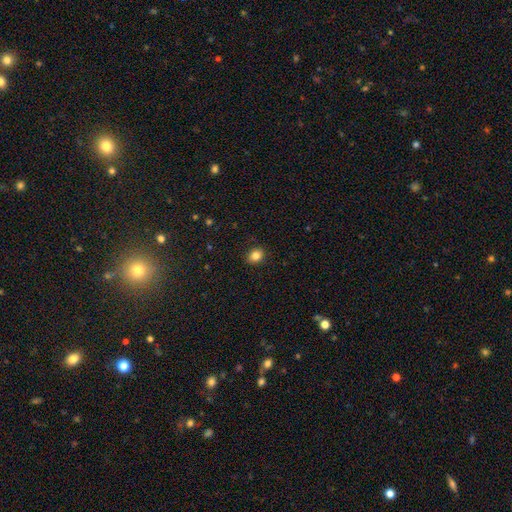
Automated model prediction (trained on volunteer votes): A smooth galaxy with no disk features (84%) that is round (54%). Merging: none (89%).